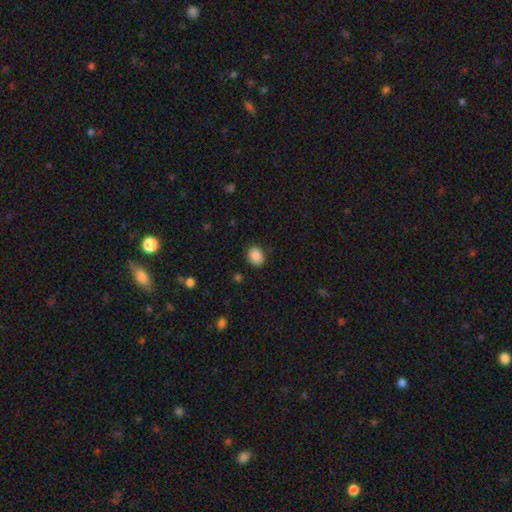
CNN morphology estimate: This appears to be a smooth galaxy with no disk features (89%) that is in between round and cigar-shaped (59%). Merging: none (86%).